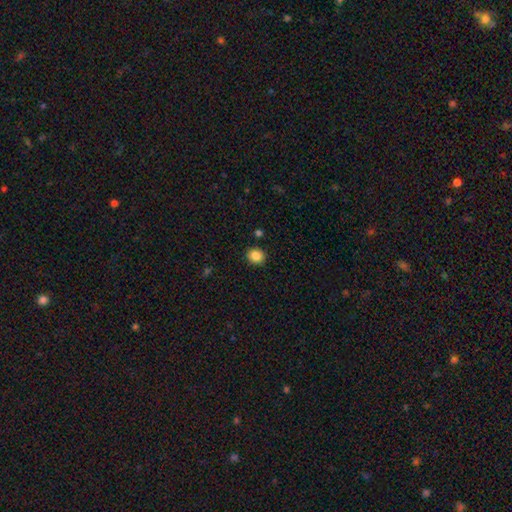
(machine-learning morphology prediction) type=smooth (87%); roundness=round (76%); merging=none (89%).